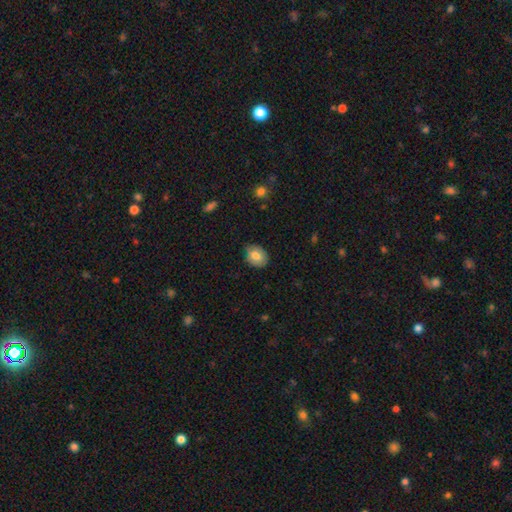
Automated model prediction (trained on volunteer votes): smooth-or-featured: smooth: 78% | featured or disk: 14% | star or artifact: 8%
  how-rounded: in between: 54% | round: 45% | cigar-shaped: 1%
  merging: none: 79% | minor disturbance: 18% | major disturbance: 3% | merger: 1%